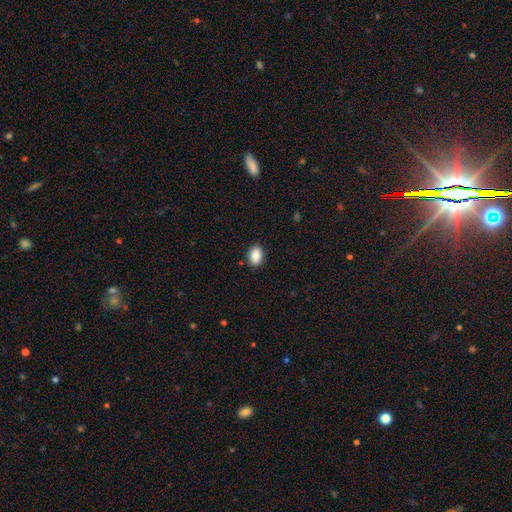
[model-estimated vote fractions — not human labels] Smooth or featured?
  - smooth: 87% *
  - star or artifact: 8%
  - featured or disk: 5%
How rounded?
  - in between: 81% *
  - round: 18%
  - cigar-shaped: 1%
Merging?
  - none: 89% *
  - minor disturbance: 8%
  - major disturbance: 2%
  - merger: 1%